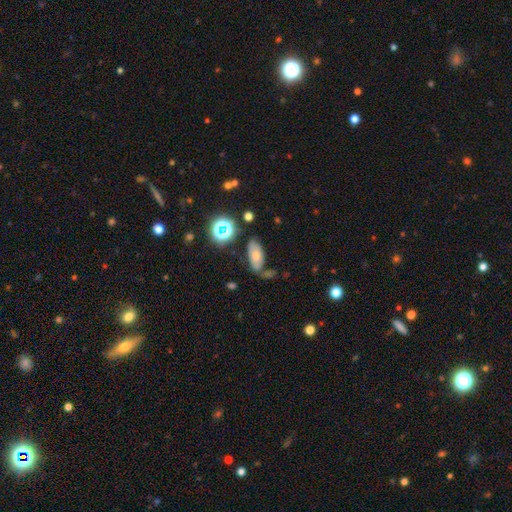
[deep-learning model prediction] Q: Smooth or featured?
A: smooth (63%); runner-up: featured or disk (21%)
Q: How rounded?
A: in between (88%); runner-up: round (6%)
Q: Merging?
A: none (60%); runner-up: minor disturbance (21%)